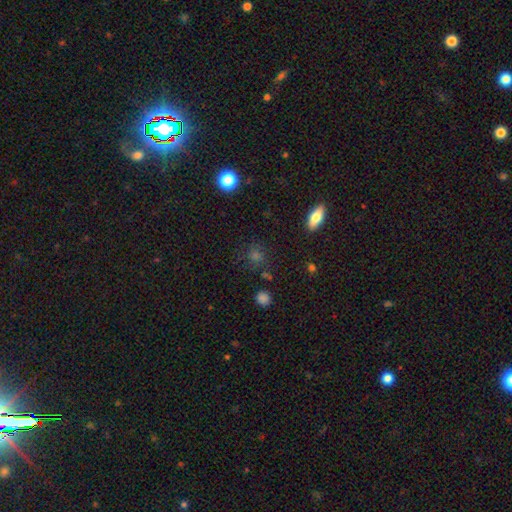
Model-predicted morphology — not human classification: A smooth galaxy with no disk features (63%) that is round (81%).

Vote fractions:
- Smooth or featured? smooth: 63% / star or artifact: 26% / featured or disk: 10%
- How rounded? round: 81% / in between: 17% / cigar-shaped: 2%
- Merging? none: 82% / minor disturbance: 11% / major disturbance: 4% / merger: 4%